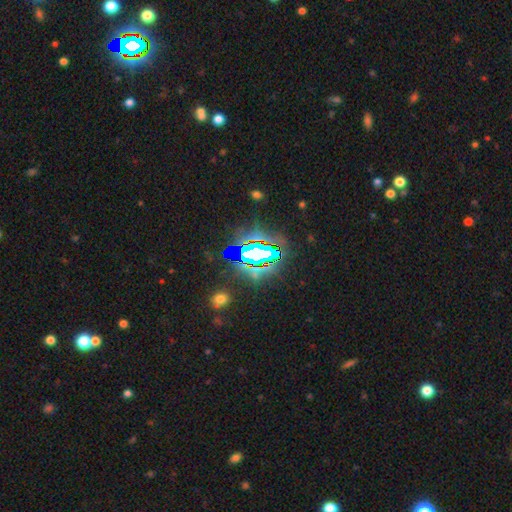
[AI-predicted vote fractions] smooth-or-featured: star or artifact: 70% | featured or disk: 16% | smooth: 14%